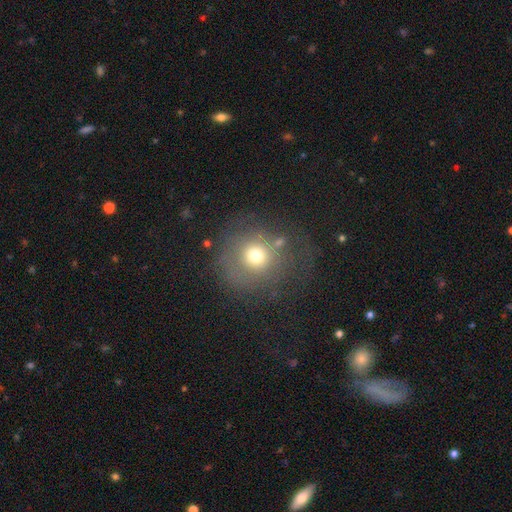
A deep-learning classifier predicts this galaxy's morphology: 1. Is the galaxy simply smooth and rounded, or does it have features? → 66% smooth, 19% featured or disk, 15% star or artifact.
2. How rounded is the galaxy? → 88% round, 11% in between, 1% cigar-shaped.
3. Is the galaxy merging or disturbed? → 61% none, 18% minor disturbance, 17% major disturbance, 4% merger.